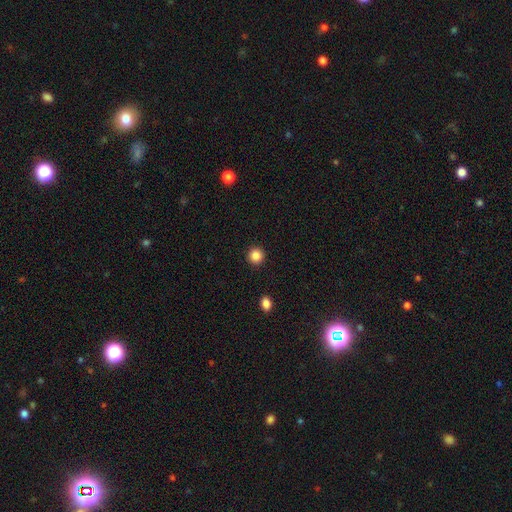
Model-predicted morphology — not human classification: Smooth or featured? smooth (86%)
How rounded? round (95%)
Merging? none (93%)